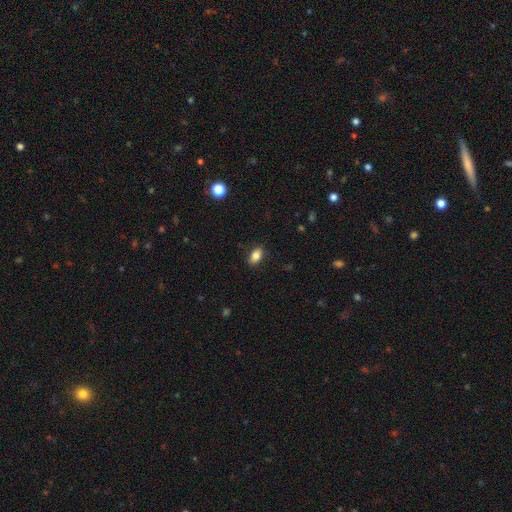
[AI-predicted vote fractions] Smooth or featured?
  - smooth: 84% *
  - star or artifact: 9%
  - featured or disk: 7%
How rounded?
  - in between: 88% *
  - round: 9%
  - cigar-shaped: 2%
Merging?
  - none: 87% *
  - minor disturbance: 10%
  - major disturbance: 2%
  - merger: 1%